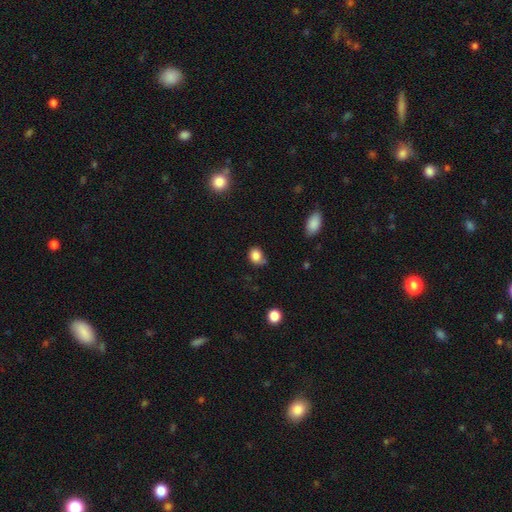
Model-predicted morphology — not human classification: This appears to be a smooth galaxy with no disk features (84%) that is in between round and cigar-shaped (50%). Merging: none (52%).